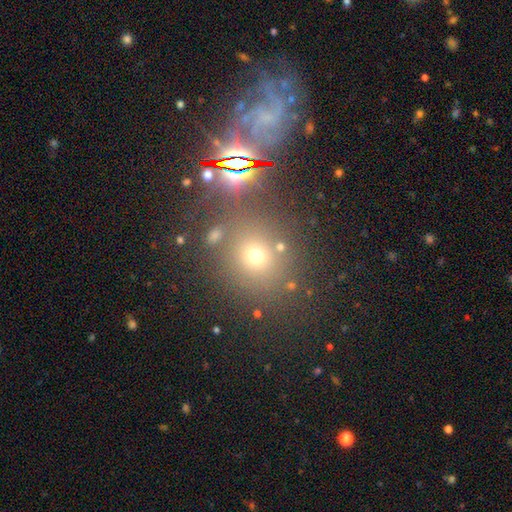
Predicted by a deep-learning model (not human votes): A smooth galaxy with no disk features (57%) that is round (84%).

Vote fractions:
- Smooth or featured? smooth: 57% / star or artifact: 33% / featured or disk: 10%
- How rounded? round: 84% / in between: 15% / cigar-shaped: 1%
- Merging? none: 76% / merger: 10% / minor disturbance: 9% / major disturbance: 5%